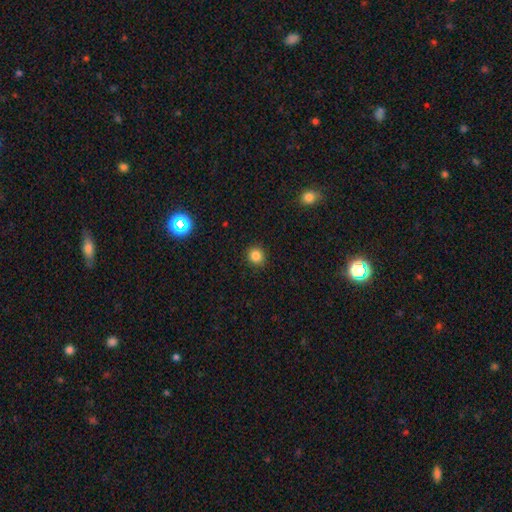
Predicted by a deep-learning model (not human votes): A smooth galaxy with no disk features (84%) that is round (91%). Merging: none (91%).